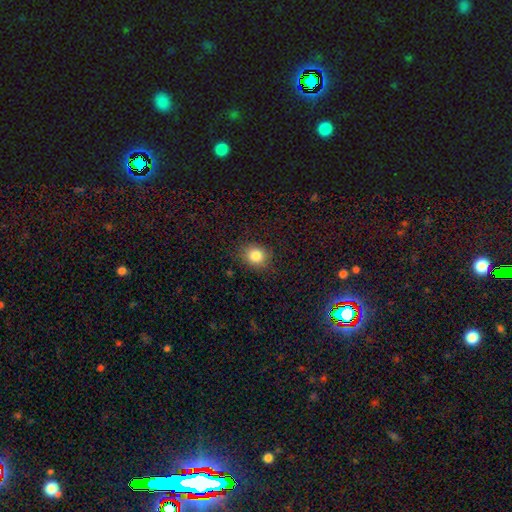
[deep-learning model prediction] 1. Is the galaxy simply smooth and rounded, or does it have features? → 84% smooth, 10% star or artifact, 6% featured or disk.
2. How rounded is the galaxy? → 67% round, 32% in between, 1% cigar-shaped.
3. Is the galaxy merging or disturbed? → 85% none, 11% minor disturbance, 3% major disturbance, 1% merger.